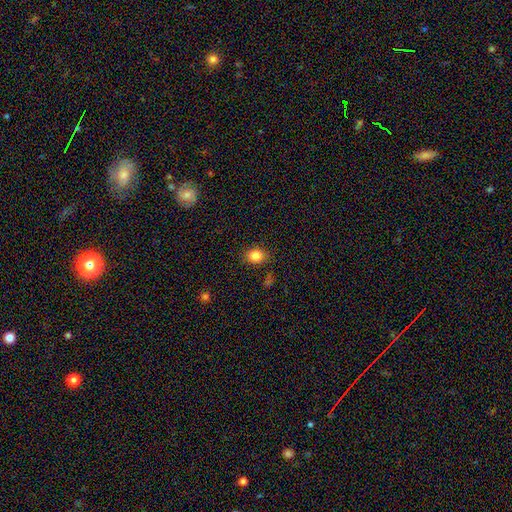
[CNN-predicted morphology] A smooth galaxy with no disk features (84%) that is round (50%).

Vote fractions:
- Smooth or featured? smooth: 84% / star or artifact: 11% / featured or disk: 6%
- How rounded? round: 50% / in between: 49% / cigar-shaped: 1%
- Merging? none: 84% / minor disturbance: 11% / major disturbance: 3% / merger: 2%